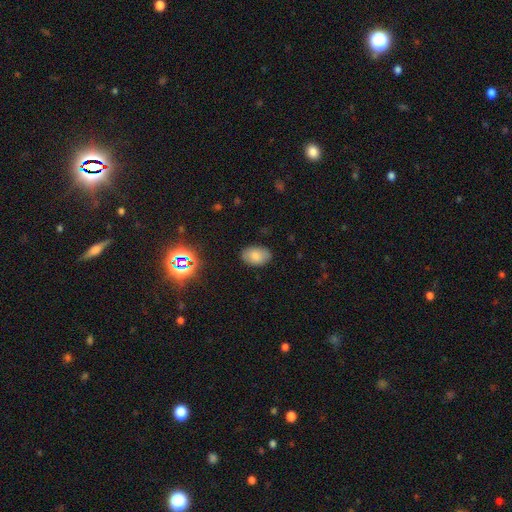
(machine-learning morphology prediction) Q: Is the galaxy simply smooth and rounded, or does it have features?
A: smooth — 80%.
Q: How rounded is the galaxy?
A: in between — 88%.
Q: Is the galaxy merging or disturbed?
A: none — 84%.